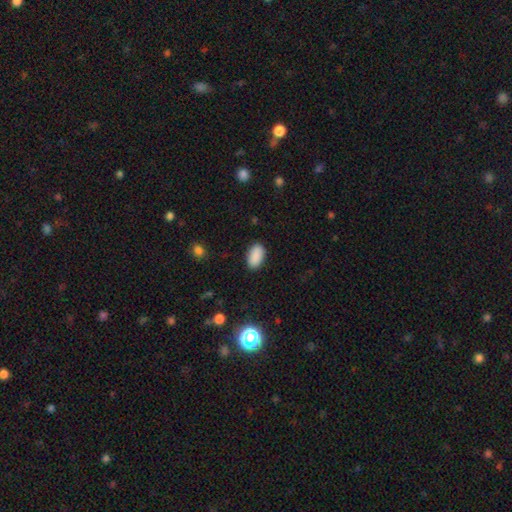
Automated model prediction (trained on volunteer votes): A smooth galaxy with no disk features (90%) that is in between round and cigar-shaped (94%). Merging: none (88%).